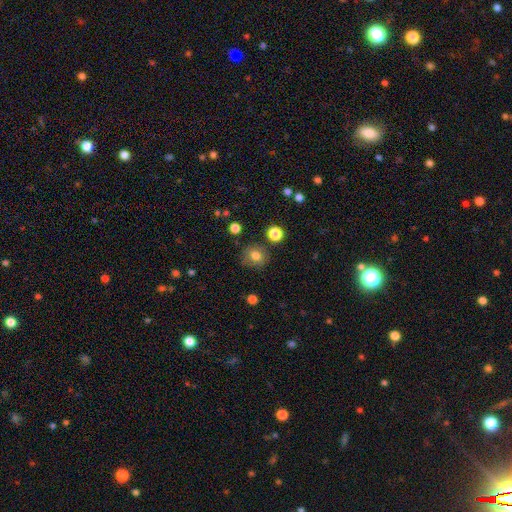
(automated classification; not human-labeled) Overall: smooth (79%). How rounded: round (78%). Merging: none (79%).